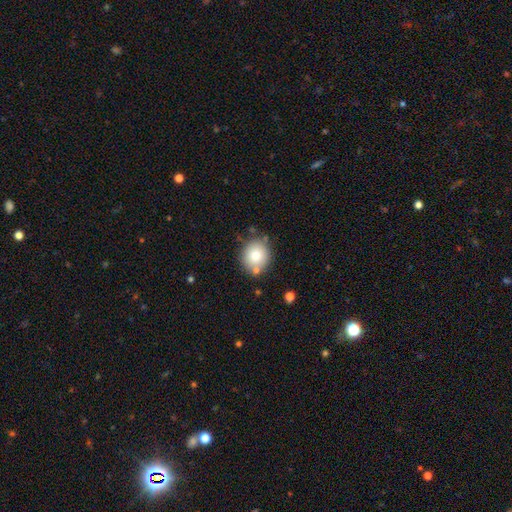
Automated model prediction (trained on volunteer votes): Overall: smooth (77%). How rounded: round (83%). Merging: none (76%).